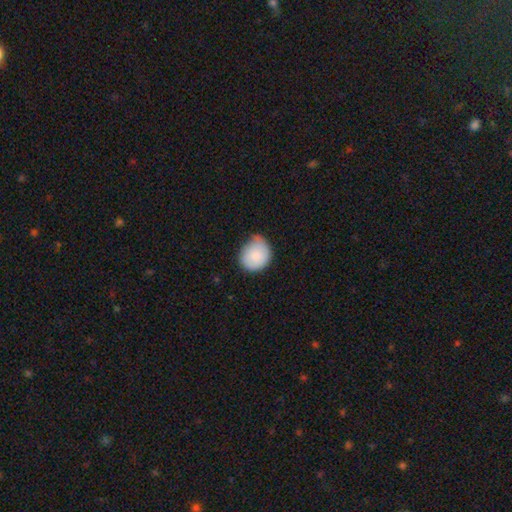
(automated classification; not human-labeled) smooth-or-featured: smooth: 85% | featured or disk: 9% | star or artifact: 6%
  how-rounded: round: 72% | in between: 27% | cigar-shaped: 1%
  merging: none: 45% | minor disturbance: 44% | major disturbance: 9% | merger: 2%